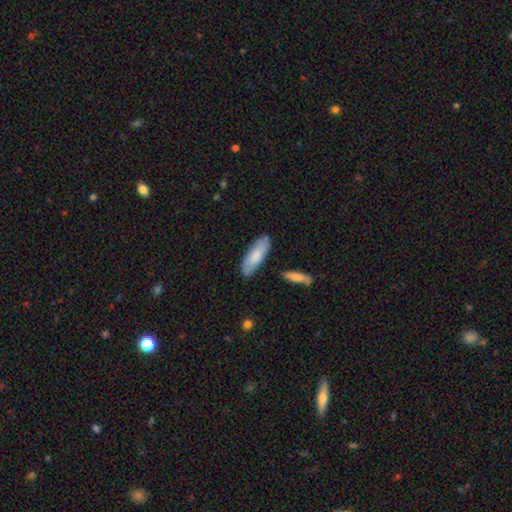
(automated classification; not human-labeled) A smooth galaxy with no disk features (76%) that is in between round and cigar-shaped (60%).

Vote fractions:
- Smooth or featured? smooth: 76% / featured or disk: 19% / star or artifact: 5%
- How rounded? in between: 60% / cigar-shaped: 38% / round: 2%
- Merging? none: 83% / minor disturbance: 12% / merger: 3% / major disturbance: 2%